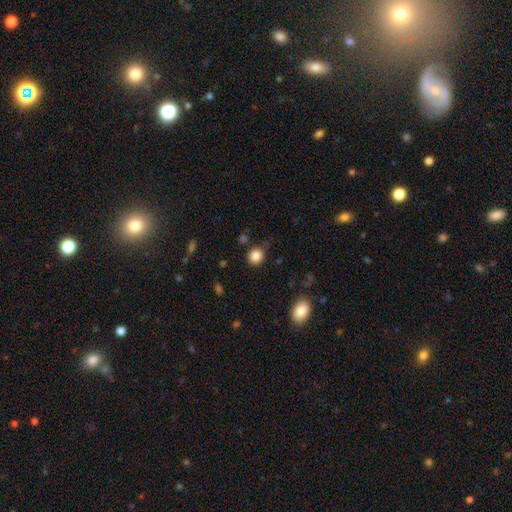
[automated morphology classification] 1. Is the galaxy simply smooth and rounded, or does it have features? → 85% smooth, 11% star or artifact, 4% featured or disk.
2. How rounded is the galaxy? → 84% round, 15% in between, 1% cigar-shaped.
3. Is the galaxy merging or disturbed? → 81% none, 13% minor disturbance, 4% major disturbance, 3% merger.